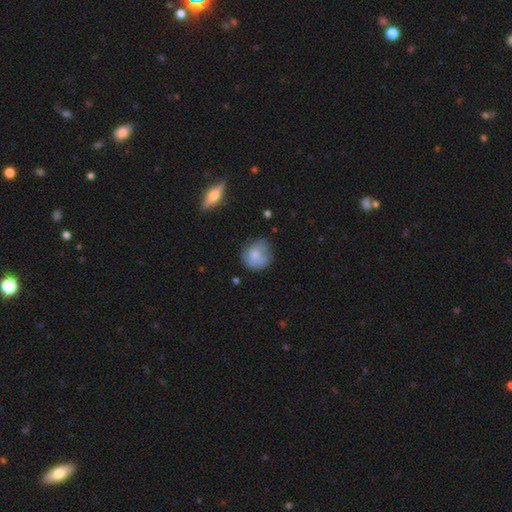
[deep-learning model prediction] smooth-or-featured: smooth: 69% | featured or disk: 22% | star or artifact: 9%
  how-rounded: round: 77% | in between: 22% | cigar-shaped: 1%
  merging: none: 53% | minor disturbance: 31% | major disturbance: 13% | merger: 3%